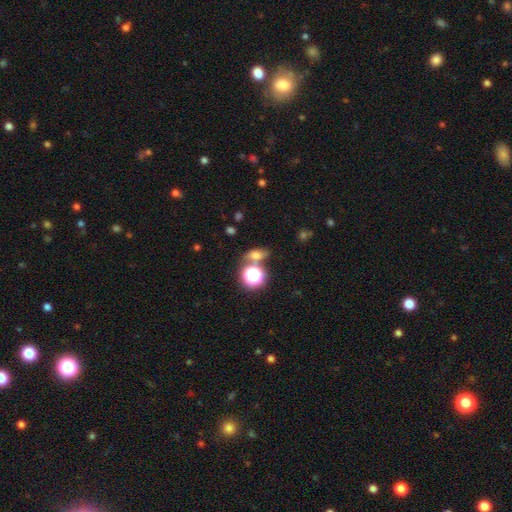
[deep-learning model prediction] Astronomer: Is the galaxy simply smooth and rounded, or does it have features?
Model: smooth — 61%.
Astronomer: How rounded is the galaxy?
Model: in between — 60%.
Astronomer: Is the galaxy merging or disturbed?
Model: none — 58%.